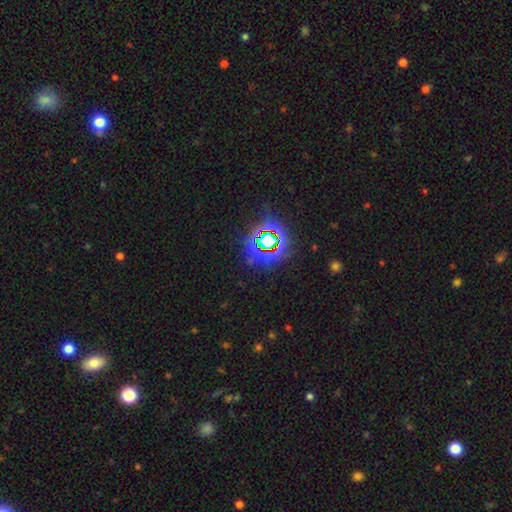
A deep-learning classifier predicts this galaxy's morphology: Smooth or featured? star or artifact (58%)